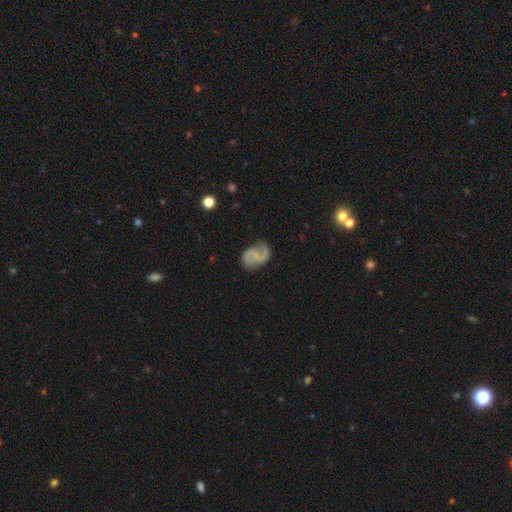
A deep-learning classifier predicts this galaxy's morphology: This is likely a featured or disk galaxy (73%). It is clearly not viewed edge-on (98%). Bar: marginally no (45%). Spiral arm pattern: clearly yes (93%). Spiral arm count: clearly 2 (90%). Spiral winding: possibly loose (49%). Central bulge: possibly none (60%). Merging: likely none (75%).